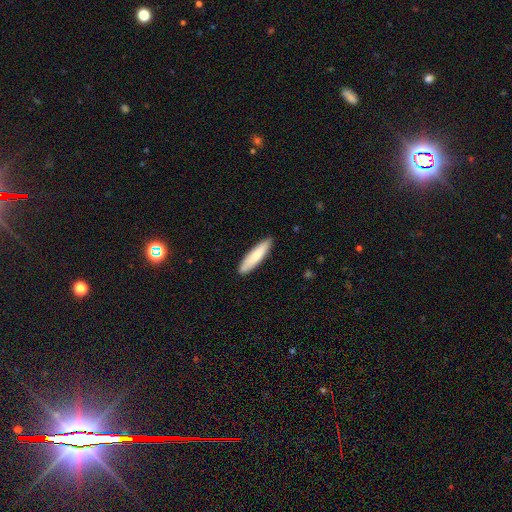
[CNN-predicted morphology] smooth_or_featured: smooth (p=0.81) [alt: featured or disk p=0.14]
how_rounded: cigar-shaped (p=0.79) [alt: in between p=0.19]
merging: none (p=0.89) [alt: minor disturbance p=0.08]